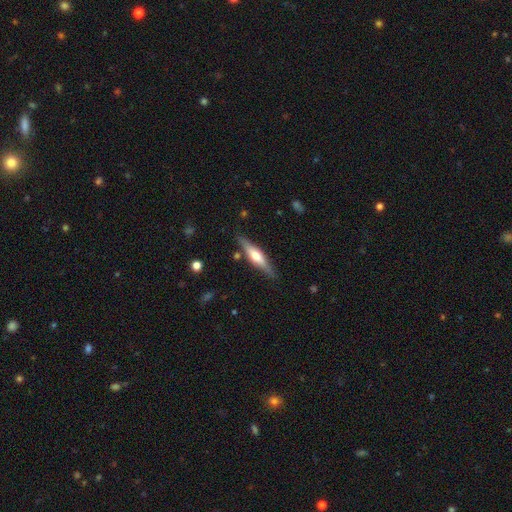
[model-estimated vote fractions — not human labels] Smooth or featured: featured or disk — 61% (smooth — 34%)
Edge-on disk: yes — 94% (no — 6%)
Edge-on bulge: rounded — 84% (boxy — 12%)
Merging: none — 84% (minor disturbance — 11%)